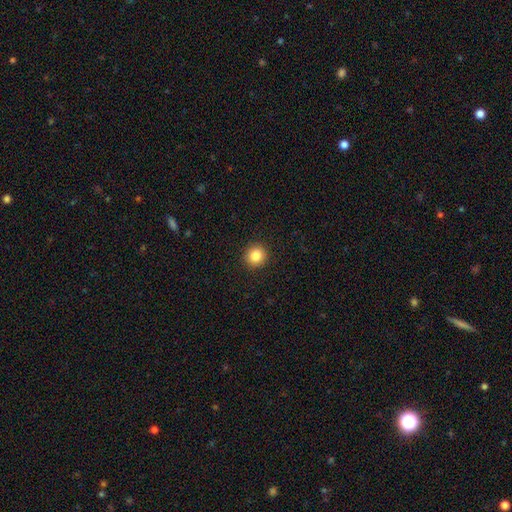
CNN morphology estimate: Smooth or featured?
  - smooth: 85% *
  - star or artifact: 10%
  - featured or disk: 5%
How rounded?
  - round: 92% *
  - in between: 7%
  - cigar-shaped: 1%
Merging?
  - none: 93% *
  - minor disturbance: 5%
  - major disturbance: 2%
  - merger: 1%